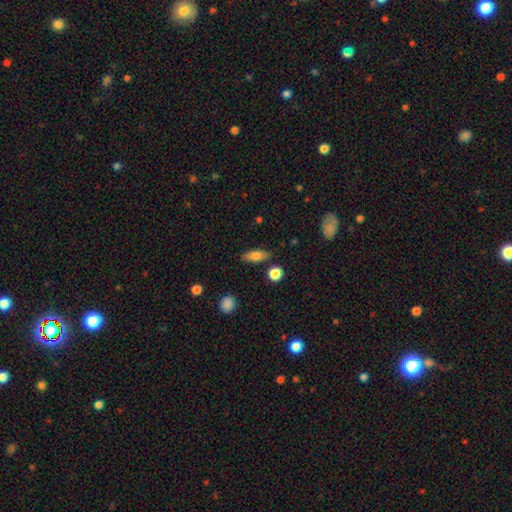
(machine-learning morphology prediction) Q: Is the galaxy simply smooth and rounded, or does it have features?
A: smooth — 71%.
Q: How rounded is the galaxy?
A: in between — 65%.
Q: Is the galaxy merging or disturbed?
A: none — 84%.